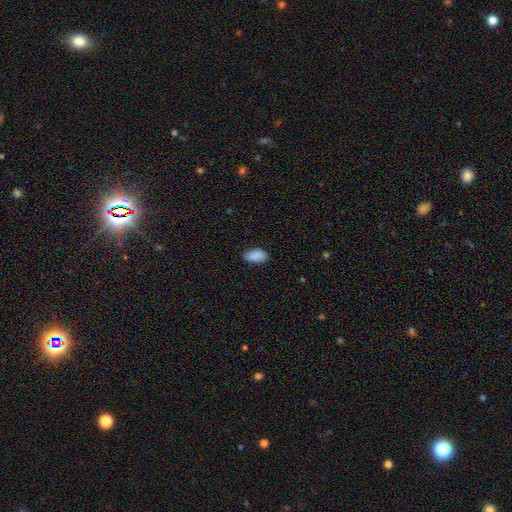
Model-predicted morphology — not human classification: smooth-or-featured: smooth: 89% | star or artifact: 7% | featured or disk: 4%
  how-rounded: in between: 93% | round: 4% | cigar-shaped: 3%
  merging: none: 81% | minor disturbance: 15% | major disturbance: 3% | merger: 1%